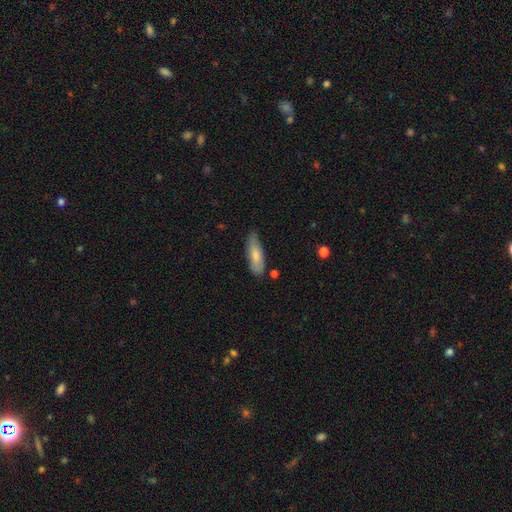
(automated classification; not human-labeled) Smooth or featured?
  - smooth: 73% *
  - featured or disk: 21%
  - star or artifact: 6%
How rounded?
  - in between: 57% *
  - cigar-shaped: 41%
  - round: 2%
Merging?
  - none: 73% *
  - minor disturbance: 21%
  - major disturbance: 3%
  - merger: 3%